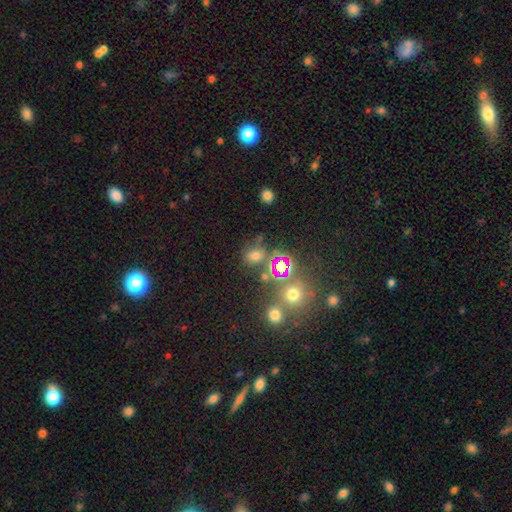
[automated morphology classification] type=smooth (56%); roundness=round (55%); merging=none (70%).